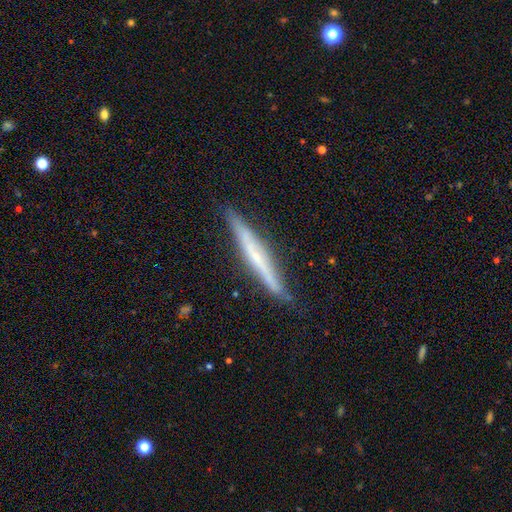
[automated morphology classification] Smooth or featured: featured or disk — 63% (smooth — 30%)
Edge-on disk: yes — 95% (no — 5%)
Edge-on bulge: none — 58% (rounded — 33%)
Merging: none — 83% (minor disturbance — 14%)